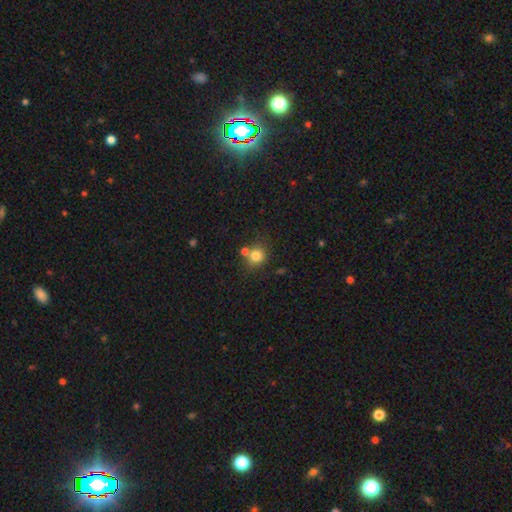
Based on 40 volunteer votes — Volunteers were most divided on "merging": none: 63%, minor disturbance: 21%, merger: 16%, major disturbance: 0%. More confident: how rounded — round (94%); smooth or featured — smooth (85%).